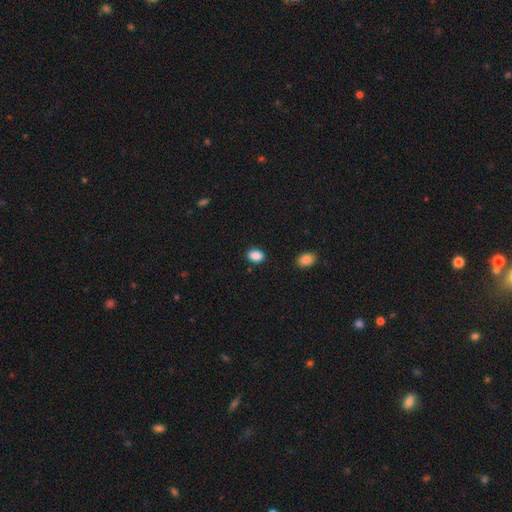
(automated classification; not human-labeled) A smooth galaxy with no disk features (88%) that is in between round and cigar-shaped (67%).

Vote fractions:
- Smooth or featured? smooth: 88% / star or artifact: 9% / featured or disk: 3%
- How rounded? in between: 67% / round: 32% / cigar-shaped: 1%
- Merging? none: 88% / minor disturbance: 8% / major disturbance: 2% / merger: 2%